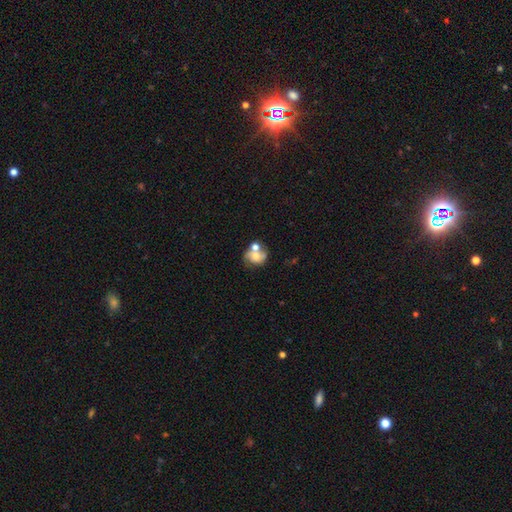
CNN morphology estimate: type=smooth (52%); roundness=round (59%); merging=merger (43%).